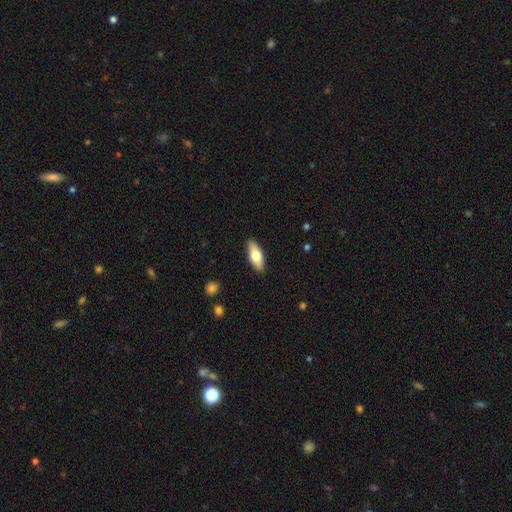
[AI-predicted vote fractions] The model was most divided on "smooth or featured": smooth: 66%, featured or disk: 28%, star or artifact: 6%. More confident: merging — none (89%); how rounded — in between (72%).